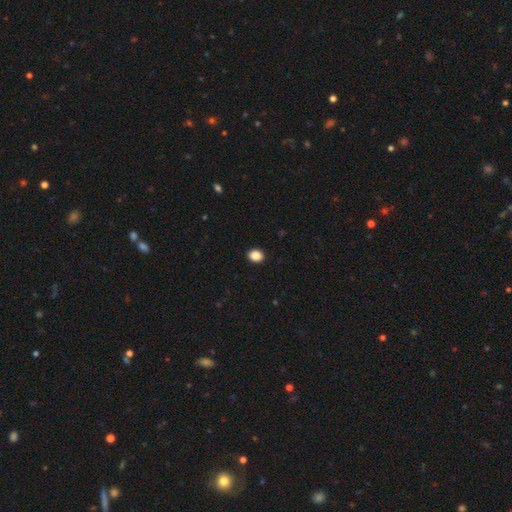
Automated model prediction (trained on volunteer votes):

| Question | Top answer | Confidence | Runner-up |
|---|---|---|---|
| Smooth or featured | smooth | 88% | star or artifact (9%) |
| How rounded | round | 51% | in between (48%) |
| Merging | none | 93% | minor disturbance (5%) |